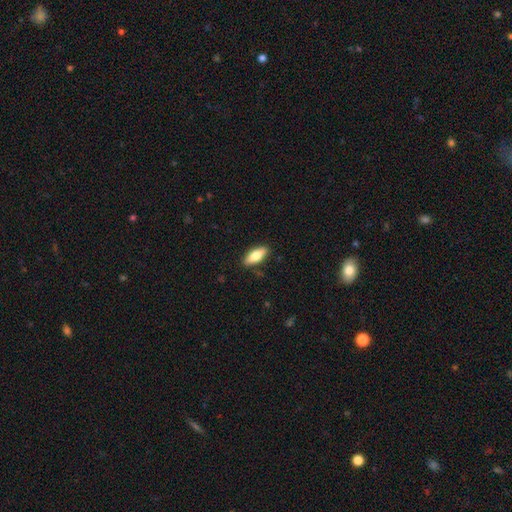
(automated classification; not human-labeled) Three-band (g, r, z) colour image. It shows a smooth galaxy with no disk features (73%) that is in between round and cigar-shaped (73%). Merging: none (87%).